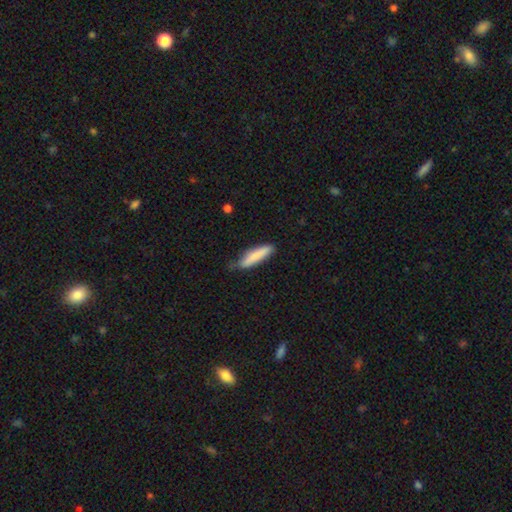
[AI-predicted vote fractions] smooth 82%, featured or disk 13%, star or artifact 6%. Down the decision tree: how rounded — cigar-shaped (79%); merging — none (62%).